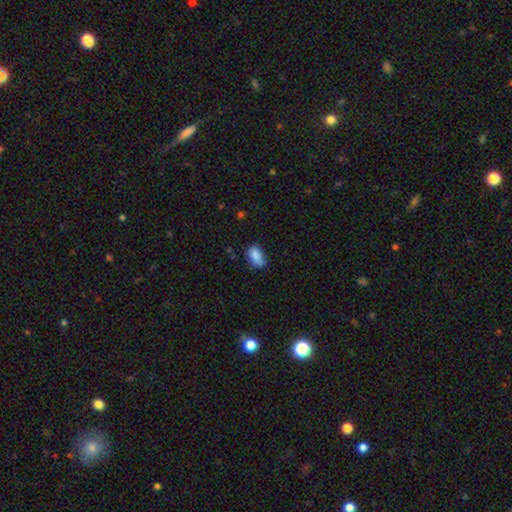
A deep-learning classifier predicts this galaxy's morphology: smooth 85%, star or artifact 9%, featured or disk 6%. Down the decision tree: how rounded — in between (87%); merging — none (60%).